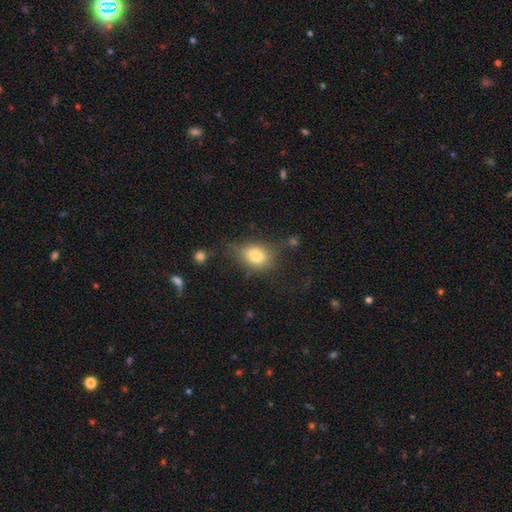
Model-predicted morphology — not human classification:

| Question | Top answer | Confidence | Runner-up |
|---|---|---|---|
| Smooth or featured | smooth | 75% | featured or disk (14%) |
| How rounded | in between | 67% | round (31%) |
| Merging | none | 56% | minor disturbance (27%) |